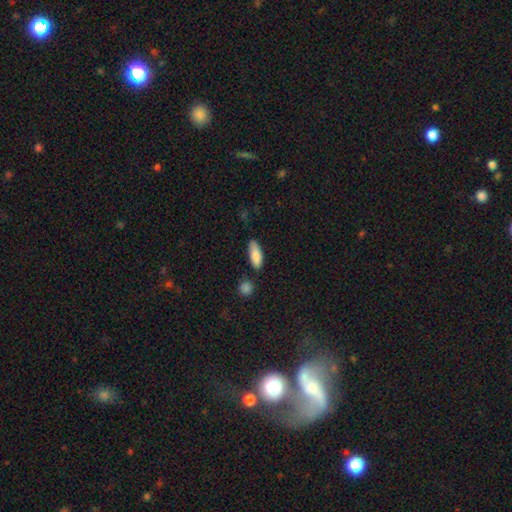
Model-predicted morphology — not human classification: Smooth or featured? Predicted: smooth (p=0.86). How rounded? Predicted: in between (p=0.74). Merging? Predicted: none (p=0.77).